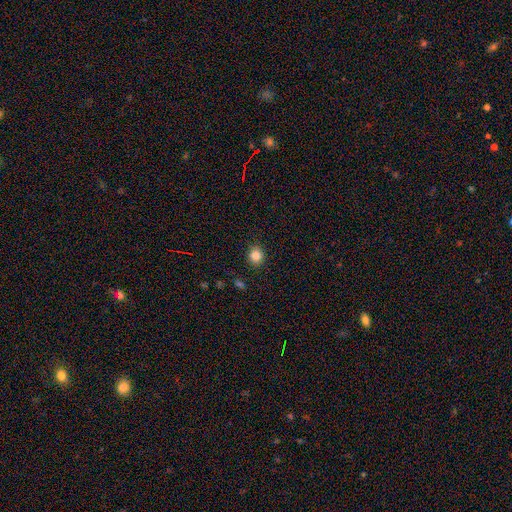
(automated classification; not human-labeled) A smooth galaxy with no disk features (84%) that is round (79%). Merging: none (90%).